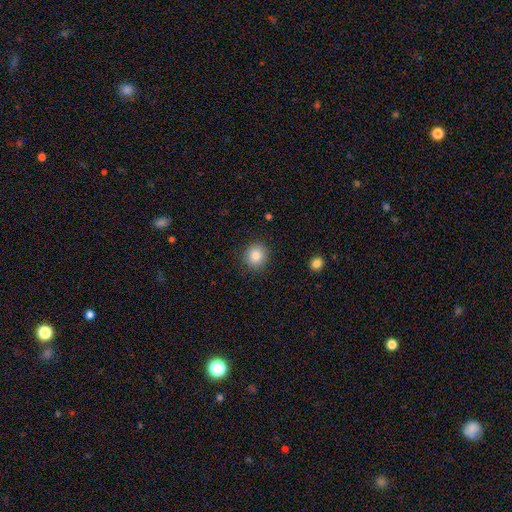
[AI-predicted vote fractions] This appears to be a smooth galaxy with no disk features (84%) that is round (88%). Merging: none (90%).